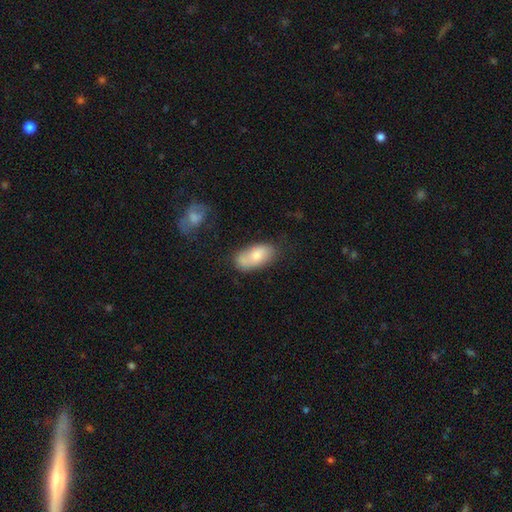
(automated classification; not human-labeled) Smooth or featured? smooth (73%)
How rounded? in between (92%)
Merging? none (58%)